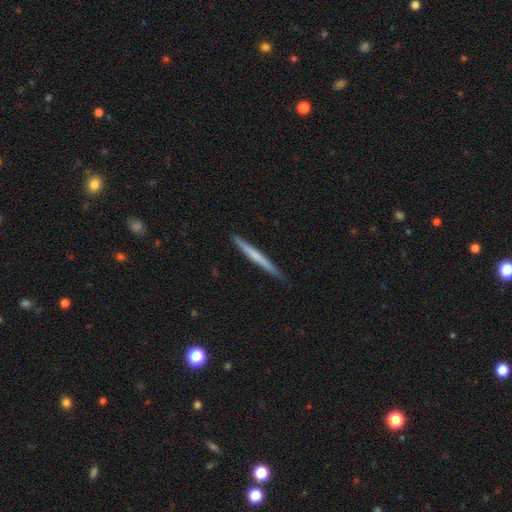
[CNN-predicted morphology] Overall: smooth (49%; featured or disk 46%). Merging: none (89%).